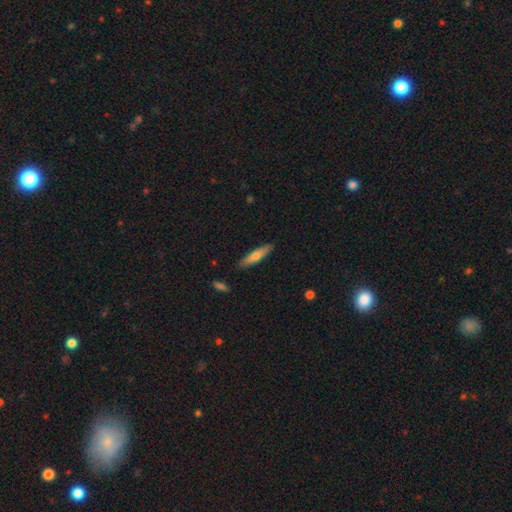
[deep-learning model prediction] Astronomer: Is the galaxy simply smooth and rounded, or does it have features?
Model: smooth — 63%.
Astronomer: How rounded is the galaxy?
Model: cigar-shaped — 84%.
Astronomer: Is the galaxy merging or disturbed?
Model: none — 88%.